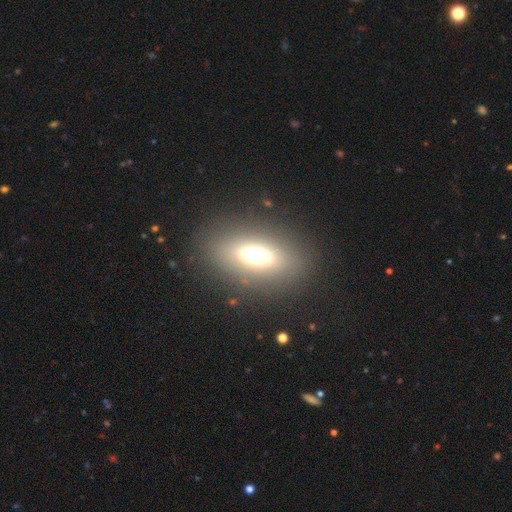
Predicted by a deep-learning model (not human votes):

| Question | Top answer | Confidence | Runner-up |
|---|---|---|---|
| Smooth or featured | smooth | 59% | featured or disk (27%) |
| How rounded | in between | 77% | round (12%) |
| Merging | none | 83% | minor disturbance (9%) |